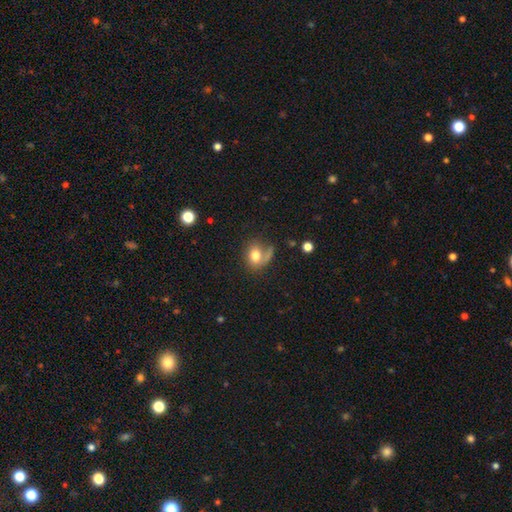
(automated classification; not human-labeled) Q: Smooth or featured?
A: smooth (71%); runner-up: featured or disk (20%)
Q: How rounded?
A: in between (50%); runner-up: round (48%)
Q: Merging?
A: none (42%); runner-up: major disturbance (25%)